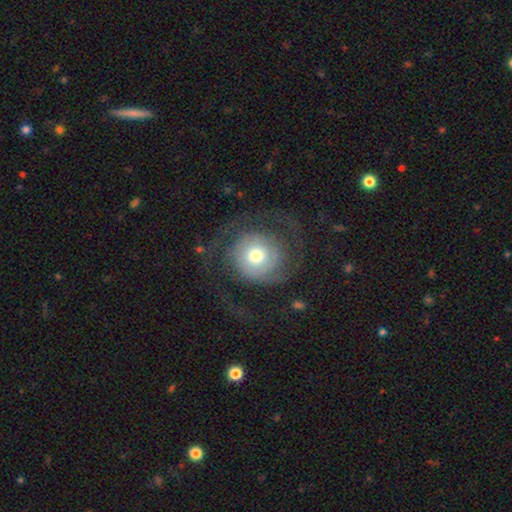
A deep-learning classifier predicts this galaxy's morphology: Smooth or featured? Predicted: featured or disk (p=0.65). Edge-on disk? Predicted: no (p=0.97). Bar? Predicted: no (p=0.82). Spiral arms? Predicted: yes (p=0.83). Spiral winding? Predicted: tight (p=0.45). Spiral arm count? Predicted: 2 (p=0.39). Bulge size? Predicted: moderate (p=0.61). Merging? Predicted: none (p=0.58).